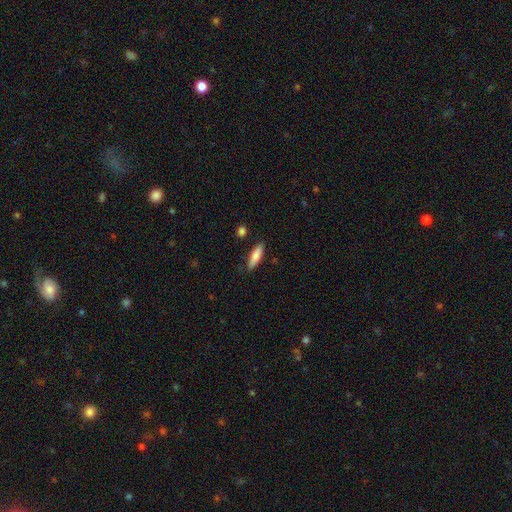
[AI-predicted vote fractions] This is likely a smooth galaxy (80%). How rounded: possibly cigar-shaped (58%). Merging: clearly none (83%).